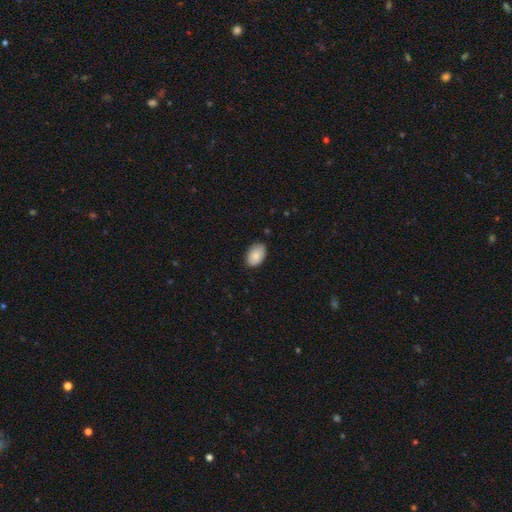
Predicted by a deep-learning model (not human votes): The model was most divided on "merging": none: 84%, minor disturbance: 13%, major disturbance: 2%, merger: 1%. More confident: how rounded — in between (90%); smooth or featured — smooth (86%).